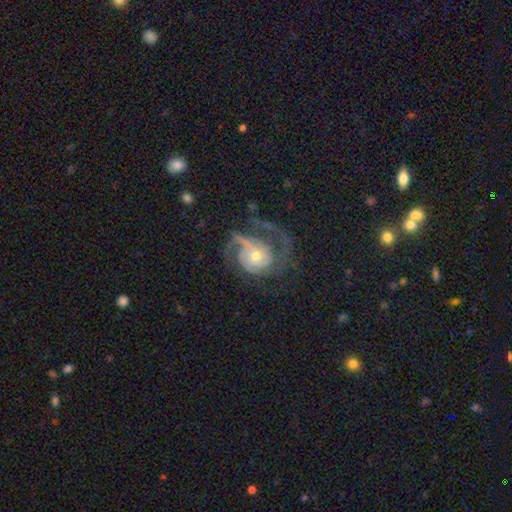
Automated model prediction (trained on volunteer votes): Smooth or featured? Predicted: featured or disk (p=0.87). Edge-on disk? Predicted: no (p=0.98). Bar? Predicted: no (p=0.74). Spiral arms? Predicted: yes (p=0.97). Spiral winding? Predicted: medium (p=0.44). Spiral arm count? Predicted: 2 (p=0.38). Bulge size? Predicted: moderate (p=0.51). Merging? Predicted: none (p=0.55).